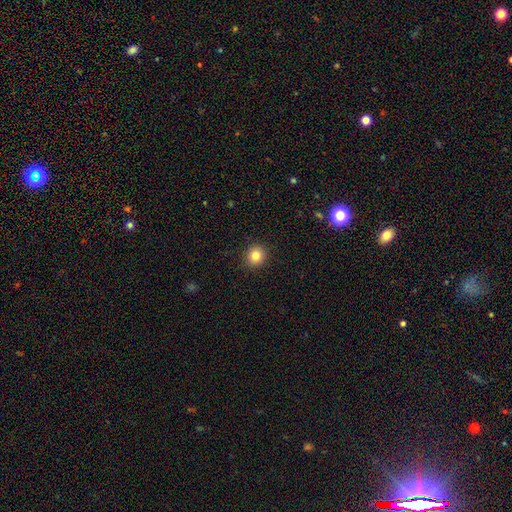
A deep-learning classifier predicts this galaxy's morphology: A smooth galaxy with no disk features (83%) that is round (84%). Merging: none (91%).